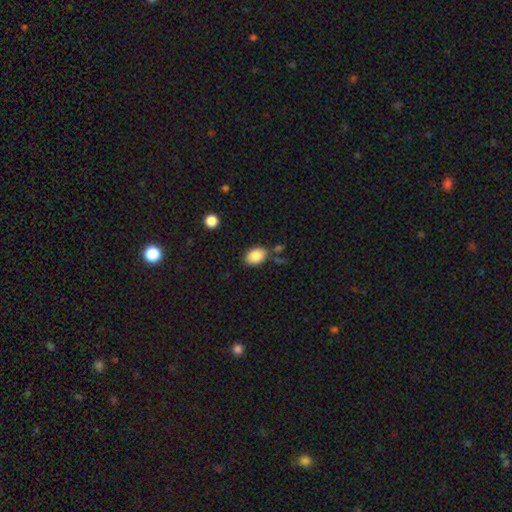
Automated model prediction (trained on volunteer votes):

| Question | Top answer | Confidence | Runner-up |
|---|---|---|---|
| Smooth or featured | smooth | 86% | star or artifact (7%) |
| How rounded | in between | 82% | round (17%) |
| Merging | none | 73% | minor disturbance (15%) |